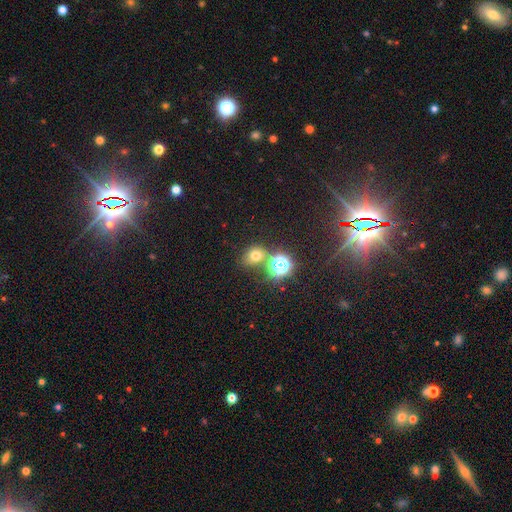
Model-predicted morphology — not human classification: This appears to be a smooth galaxy with no disk features (62%) that is round (61%). Merging: none (63%).